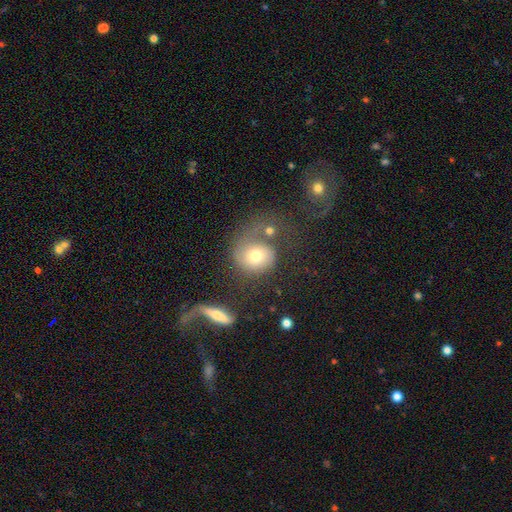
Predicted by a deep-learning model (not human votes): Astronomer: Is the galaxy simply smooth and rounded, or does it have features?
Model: smooth — 53% (runner-up: featured or disk, 37%).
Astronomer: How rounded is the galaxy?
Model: round — 74%.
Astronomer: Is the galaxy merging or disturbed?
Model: none — 32% (runner-up: major disturbance, 29%).